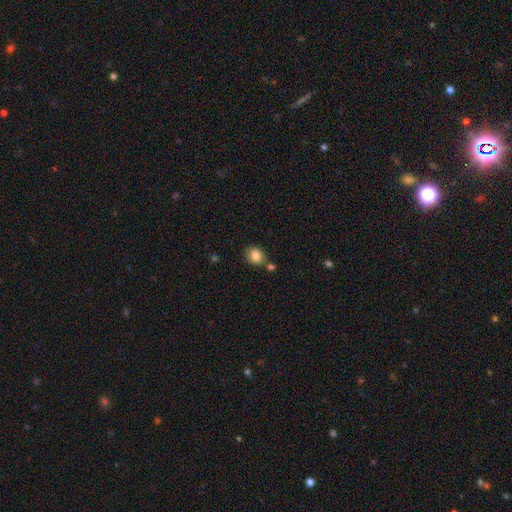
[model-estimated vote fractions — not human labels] A smooth galaxy with no disk features (84%) that is round (58%).

Vote fractions:
- Smooth or featured? smooth: 84% / star or artifact: 9% / featured or disk: 7%
- How rounded? round: 58% / in between: 41% / cigar-shaped: 1%
- Merging? none: 65% / merger: 17% / minor disturbance: 15% / major disturbance: 4%